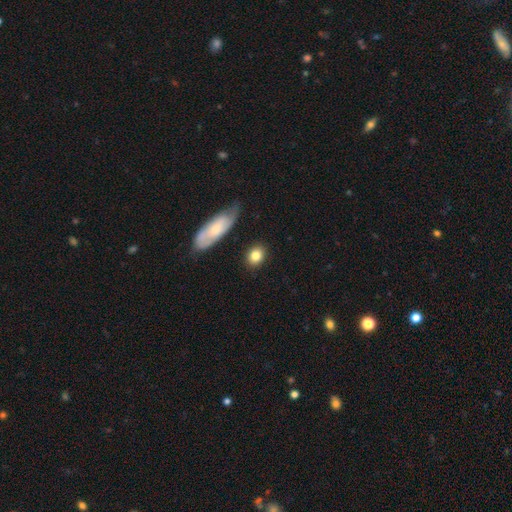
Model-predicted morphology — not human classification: The model was most divided on "how rounded": round: 53%, in between: 44%, cigar-shaped: 3%. More confident: merging — none (83%); smooth or featured — smooth (82%).